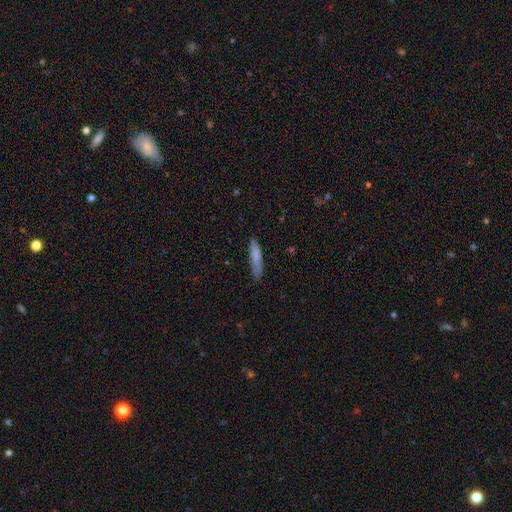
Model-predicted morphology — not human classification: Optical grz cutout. It shows a smooth galaxy with no disk features (78%) that is cigar-shaped (87%). Merging: none (76%).